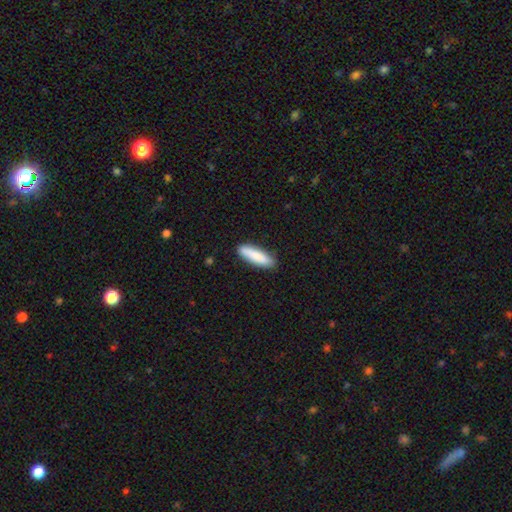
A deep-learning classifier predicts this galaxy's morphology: Smooth or featured? Predicted: smooth (p=0.85). How rounded? Predicted: cigar-shaped (p=0.68). Merging? Predicted: none (p=0.87).